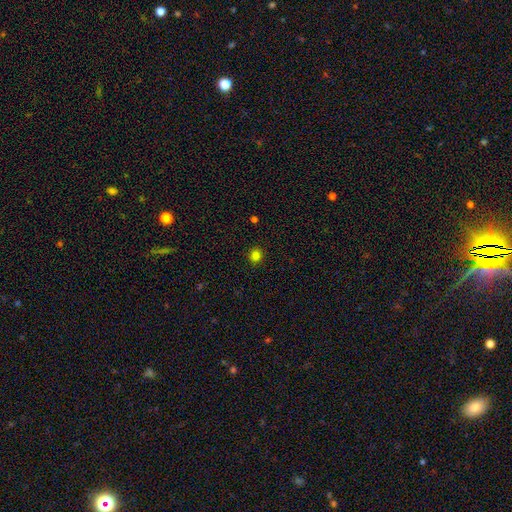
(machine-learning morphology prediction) A smooth galaxy with no disk features (81%) that is round (83%).

Vote fractions:
- Smooth or featured? smooth: 81% / star or artifact: 15% / featured or disk: 4%
- How rounded? round: 83% / in between: 16% / cigar-shaped: 1%
- Merging? none: 91% / minor disturbance: 6% / major disturbance: 2% / merger: 1%